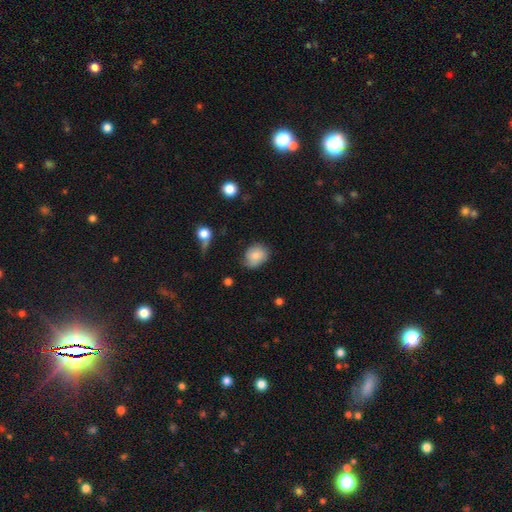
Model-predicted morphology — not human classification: A smooth galaxy with no disk features (81%) that is round (52%). Merging: none (66%).